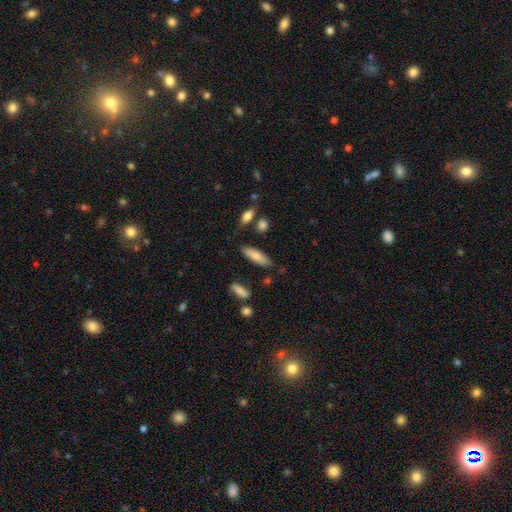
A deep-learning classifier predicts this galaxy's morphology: A smooth galaxy with no disk features (77%) that is cigar-shaped (51%).

Vote fractions:
- Smooth or featured? smooth: 77% / featured or disk: 16% / star or artifact: 7%
- How rounded? cigar-shaped: 51% / in between: 47% / round: 2%
- Merging? none: 78% / minor disturbance: 14% / merger: 4% / major disturbance: 3%